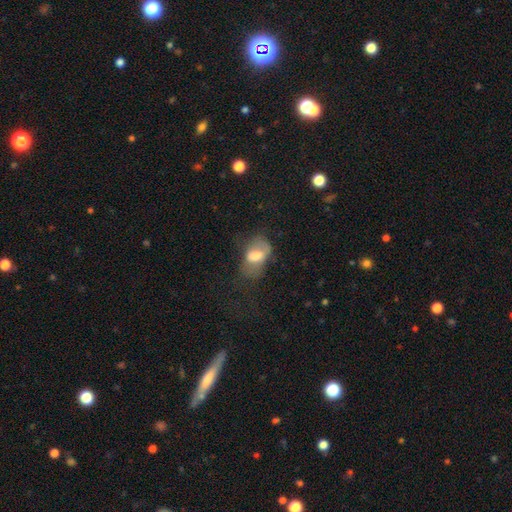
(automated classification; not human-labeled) smooth 63%, featured or disk 28%, star or artifact 9%. Down the decision tree: how rounded — in between (87%); merging — none (39%).